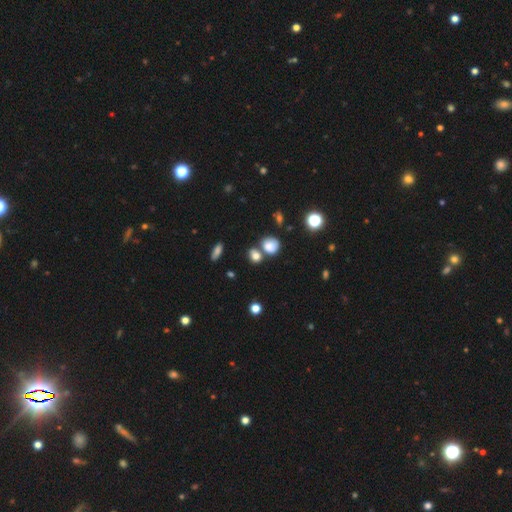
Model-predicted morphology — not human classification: A smooth galaxy with no disk features (78%) that is round (64%). Merging: none (58%).